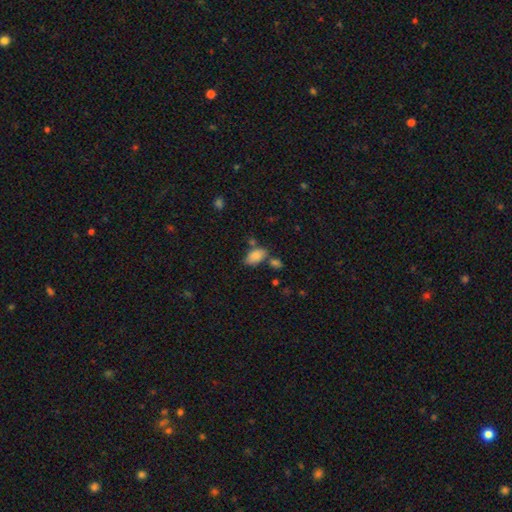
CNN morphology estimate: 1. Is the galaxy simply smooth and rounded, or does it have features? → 84% smooth, 8% star or artifact, 8% featured or disk.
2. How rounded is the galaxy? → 92% in between, 4% round, 3% cigar-shaped.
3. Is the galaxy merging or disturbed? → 56% none, 20% minor disturbance, 18% merger, 6% major disturbance.